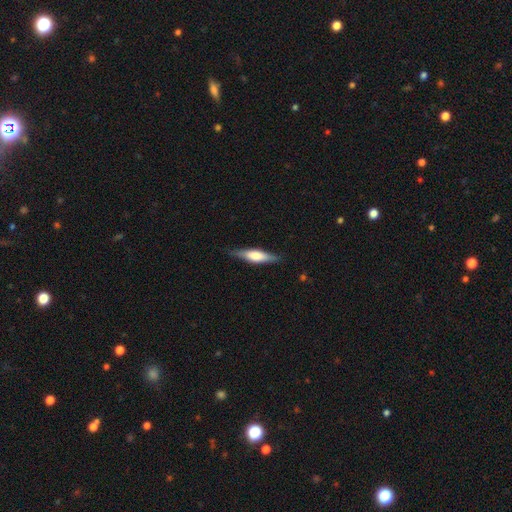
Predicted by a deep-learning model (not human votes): Smooth or featured? featured or disk (50%)
Edge-on disk? yes (94%)
Merging? none (84%)